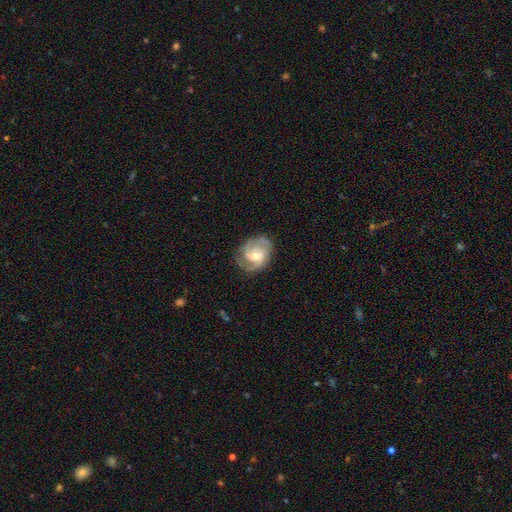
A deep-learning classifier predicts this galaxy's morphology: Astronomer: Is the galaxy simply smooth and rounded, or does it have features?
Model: featured or disk — 85%.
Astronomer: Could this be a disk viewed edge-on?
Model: no — 98%.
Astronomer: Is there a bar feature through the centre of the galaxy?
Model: no — 48% (runner-up: weak, 43%).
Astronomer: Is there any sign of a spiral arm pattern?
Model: yes — 96%.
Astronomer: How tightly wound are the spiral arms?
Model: medium — 48% (runner-up: tight, 39%).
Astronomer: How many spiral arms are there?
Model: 2 — 65%.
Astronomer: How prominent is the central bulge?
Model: moderate — 57% (runner-up: small, 38%).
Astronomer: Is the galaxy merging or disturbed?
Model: none — 75%.